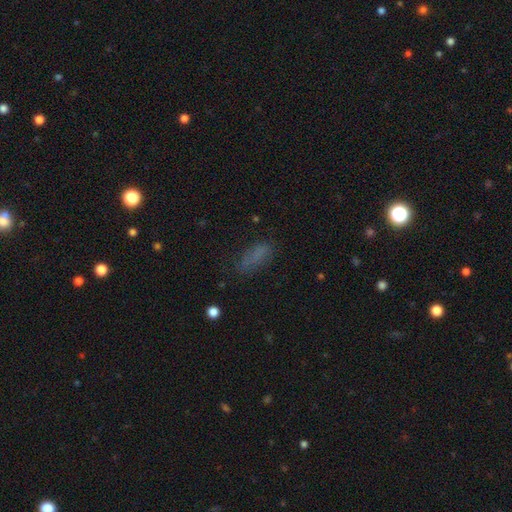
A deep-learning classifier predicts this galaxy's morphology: smooth 72%, star or artifact 16%, featured or disk 12%. Down the decision tree: how rounded — in between (65%); merging — none (67%).